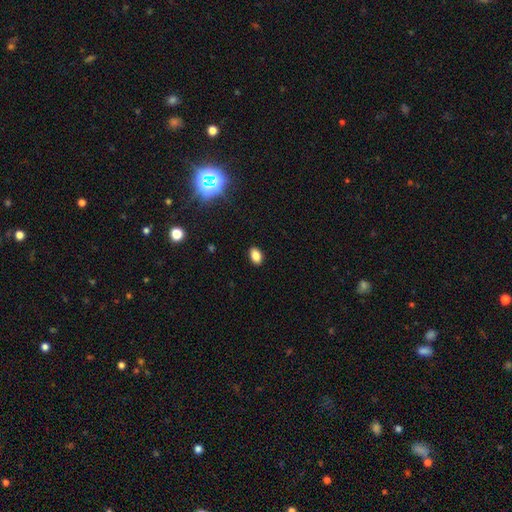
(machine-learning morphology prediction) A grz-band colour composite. It shows a smooth galaxy with no disk features (84%) that is in between round and cigar-shaped (88%). Merging: none (90%).